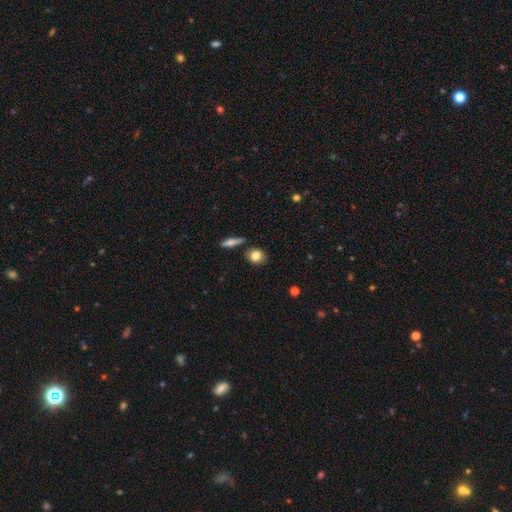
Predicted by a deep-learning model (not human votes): This is clearly a smooth galaxy (81%). How rounded: likely round (65%). Merging: likely none (80%).